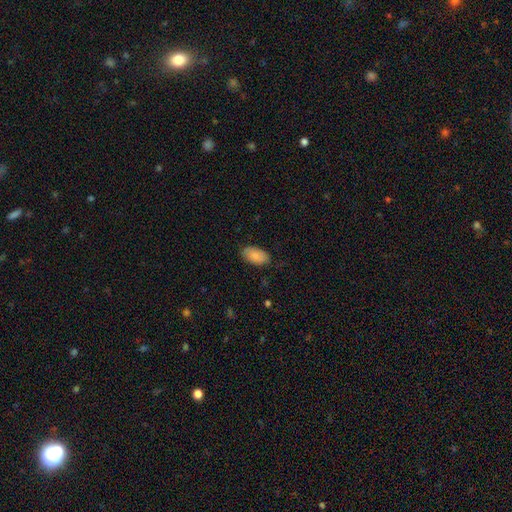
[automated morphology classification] type=smooth (87%); roundness=in between (95%); merging=none (79%).